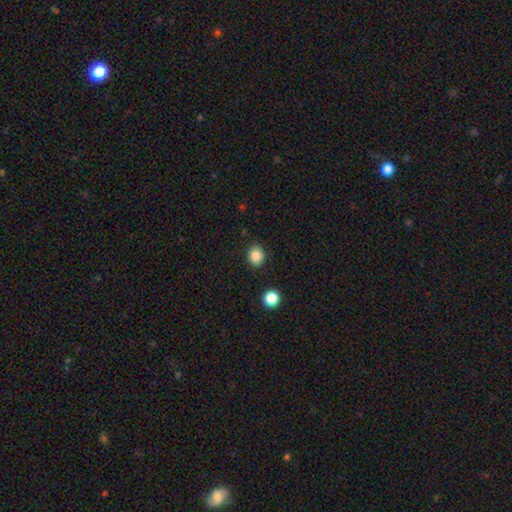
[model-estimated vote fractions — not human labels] smooth 85%, star or artifact 10%, featured or disk 4%. Down the decision tree: how rounded — round (73%); merging — none (84%).